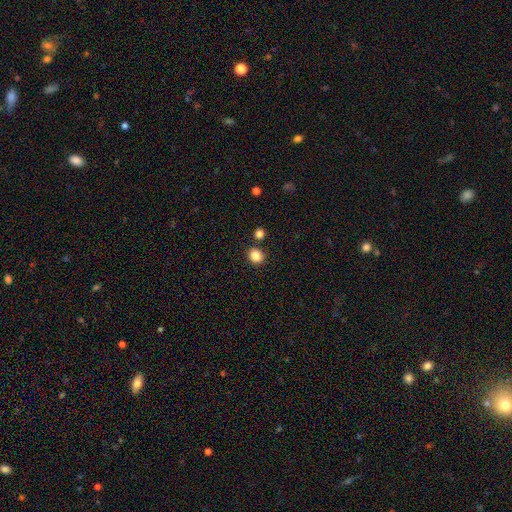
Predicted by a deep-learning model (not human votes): Overall: smooth (85%). How rounded: round (78%). Merging: none (85%).